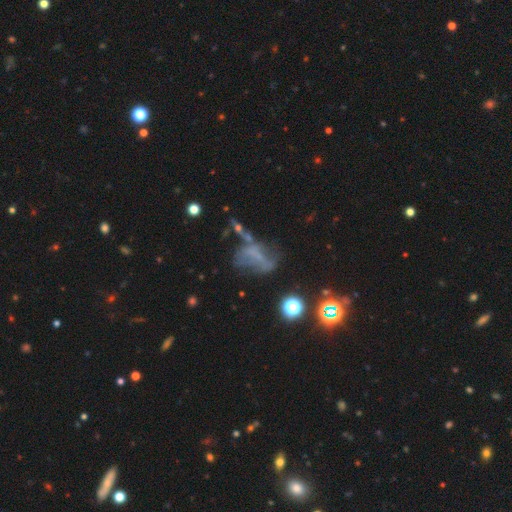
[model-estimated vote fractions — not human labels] Smooth or featured?
  - featured or disk: 47% *
  - smooth: 27%
  - star or artifact: 26%
Merging?
  - none: 32% * (tied)
  - major disturbance: 32% * (tied)
  - minor disturbance: 19%
  - merger: 17%